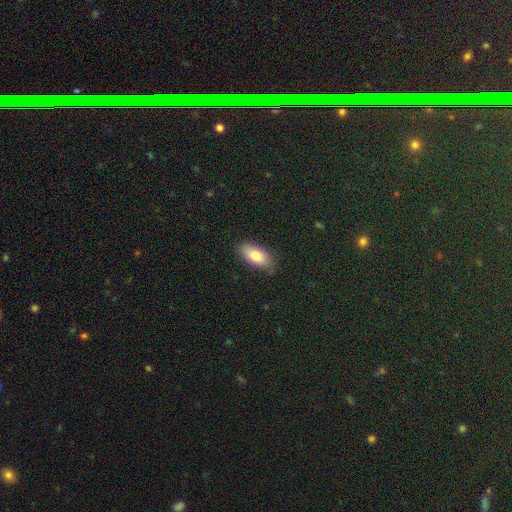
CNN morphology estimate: Smooth or featured? Predicted: smooth (p=0.81). How rounded? Predicted: in between (p=0.87). Merging? Predicted: none (p=0.83).